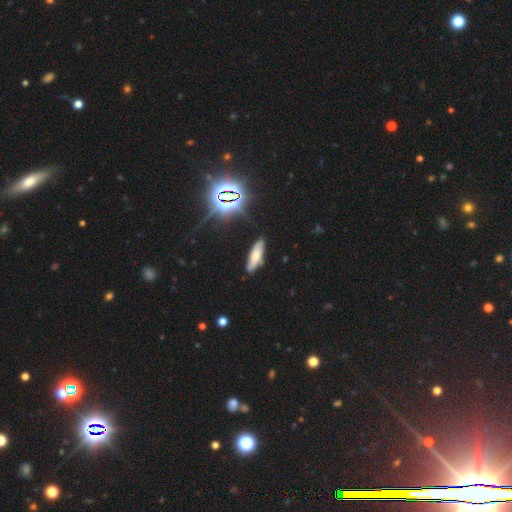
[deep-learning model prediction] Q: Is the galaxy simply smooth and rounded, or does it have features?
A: smooth — 60%.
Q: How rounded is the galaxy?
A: cigar-shaped — 56%.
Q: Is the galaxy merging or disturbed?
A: none — 84%.